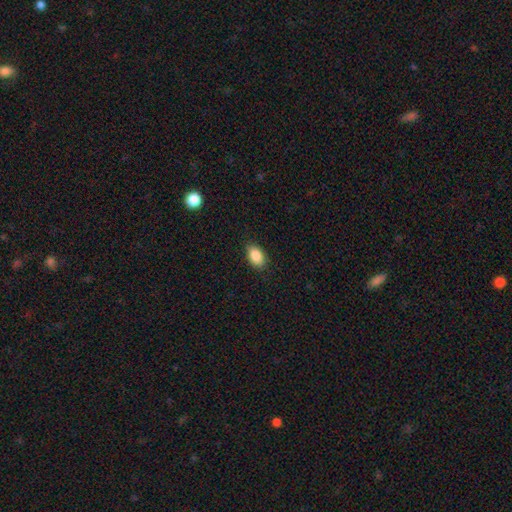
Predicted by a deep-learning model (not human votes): Morphology: type=smooth (88%); roundness=in between (90%); merging=none (85%).